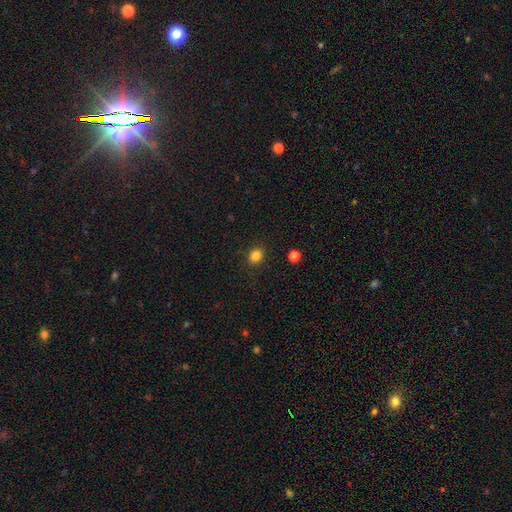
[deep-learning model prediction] Morphology: type=smooth (84%); roundness=round (61%); merging=none (89%).